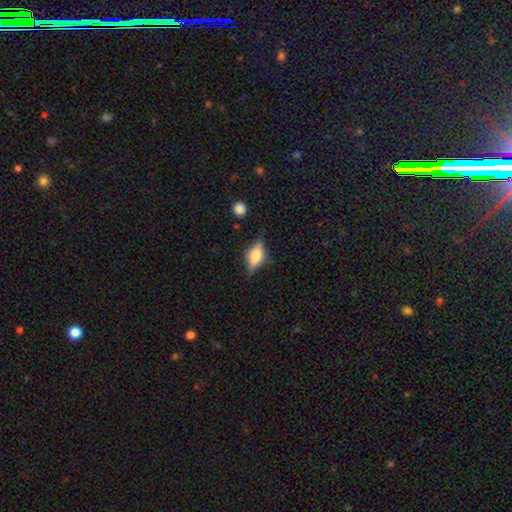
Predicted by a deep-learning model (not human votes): Morphology: type=featured or disk (46%); merging=none (73%).